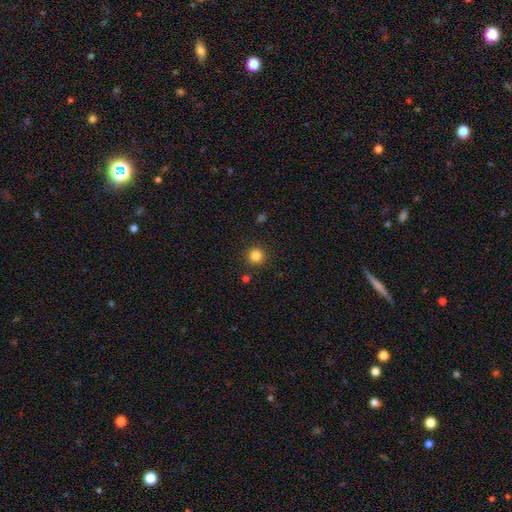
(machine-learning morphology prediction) The model was most divided on "smooth or featured": smooth: 83%, star or artifact: 12%, featured or disk: 4%. More confident: how rounded — round (95%); merging — none (90%).